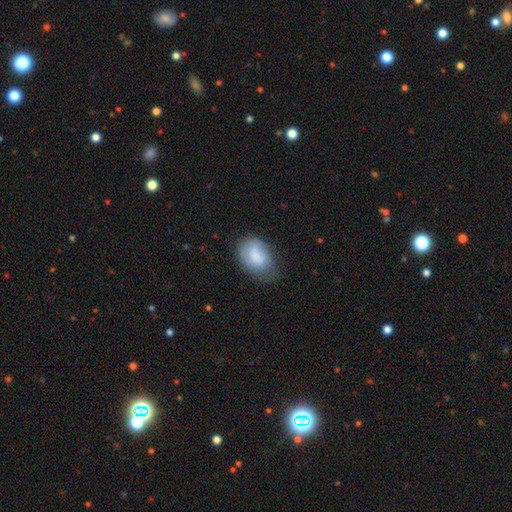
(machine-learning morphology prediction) Smooth or featured?
  - smooth: 79% *
  - featured or disk: 14%
  - star or artifact: 7%
How rounded?
  - in between: 81% *
  - round: 18%
  - cigar-shaped: 1%
Merging?
  - none: 47% *
  - minor disturbance: 36%
  - major disturbance: 15%
  - merger: 2%